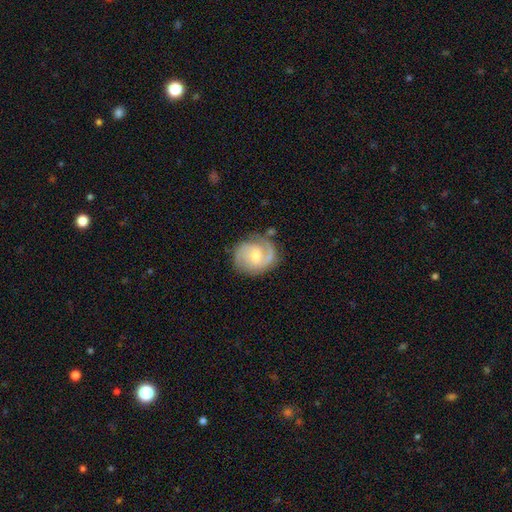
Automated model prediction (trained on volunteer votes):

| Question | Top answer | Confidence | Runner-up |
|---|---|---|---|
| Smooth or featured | featured or disk | 78% | smooth (17%) |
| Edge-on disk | no | 98% | yes (2%) |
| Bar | weak | 56% | no (33%) |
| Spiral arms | yes | 94% | no (6%) |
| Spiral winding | medium | 46% | tight (40%) |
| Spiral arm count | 2 | 74% | can't tell (10%) |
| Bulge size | moderate | 50% | small (37%) |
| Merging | none | 72% | minor disturbance (18%) |